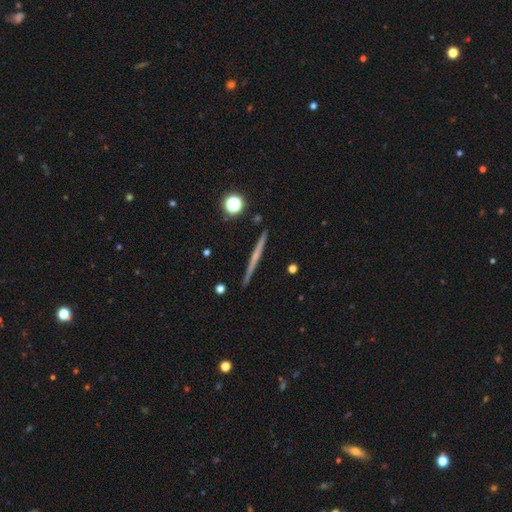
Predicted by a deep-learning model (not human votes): featured or disk 59%, smooth 34%, star or artifact 7%. Down the decision tree: edge-on disk — yes (98%); edge-on bulge — none (77%); merging — none (92%).